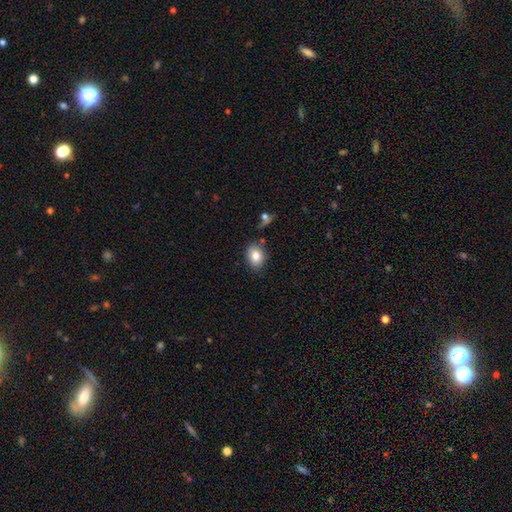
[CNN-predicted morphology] smooth 81%, featured or disk 10%, star or artifact 9%. Down the decision tree: how rounded — in between (55%); merging — none (78%).